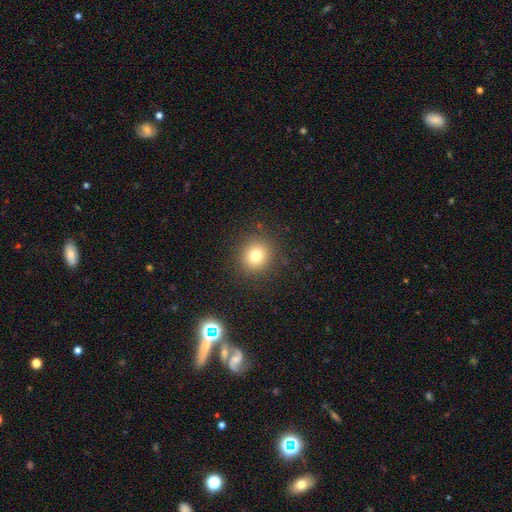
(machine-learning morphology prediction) smooth 76%, star or artifact 14%, featured or disk 10%. Down the decision tree: how rounded — round (89%); merging — none (89%).